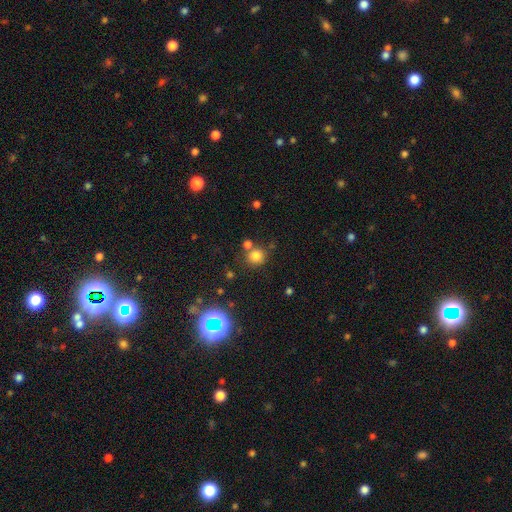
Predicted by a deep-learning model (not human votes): smooth 76%, star or artifact 17%, featured or disk 7%. Down the decision tree: how rounded — round (87%); merging — none (66%).